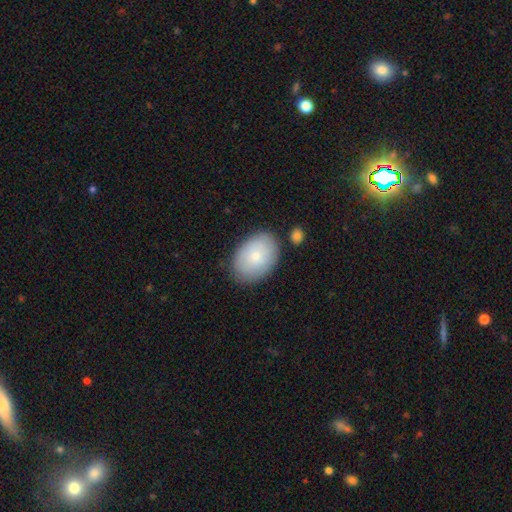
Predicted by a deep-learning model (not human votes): The model was most divided on "smooth or featured": smooth: 73%, featured or disk: 21%, star or artifact: 6%. More confident: how rounded — in between (81%); merging — none (78%).